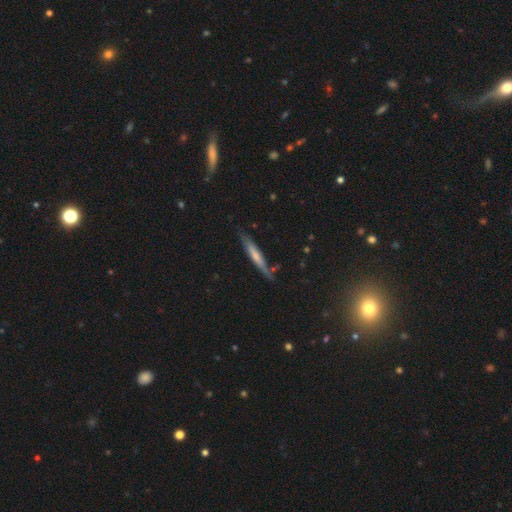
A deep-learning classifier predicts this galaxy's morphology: A smooth galaxy with no disk features (55%) that is cigar-shaped (93%).

Vote fractions:
- Smooth or featured? smooth: 55% / featured or disk: 39% / star or artifact: 6%
- How rounded? cigar-shaped: 93% / in between: 6% / round: 1%
- Merging? none: 75% / minor disturbance: 18% / merger: 4% / major disturbance: 3%